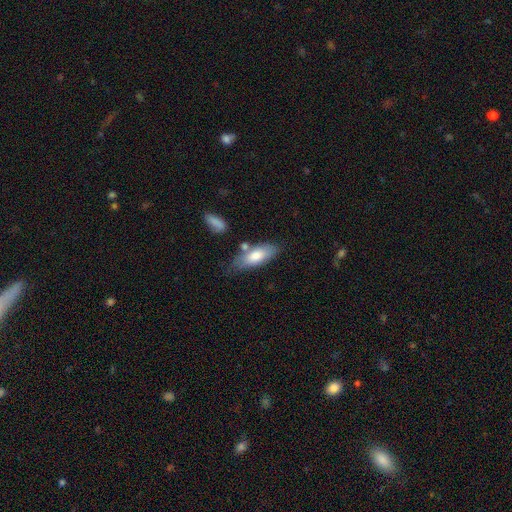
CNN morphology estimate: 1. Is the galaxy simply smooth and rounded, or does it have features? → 77% smooth, 18% featured or disk, 6% star or artifact.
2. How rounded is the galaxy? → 75% in between, 23% cigar-shaped, 2% round.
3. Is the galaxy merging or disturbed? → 63% none, 20% minor disturbance, 11% merger, 6% major disturbance.